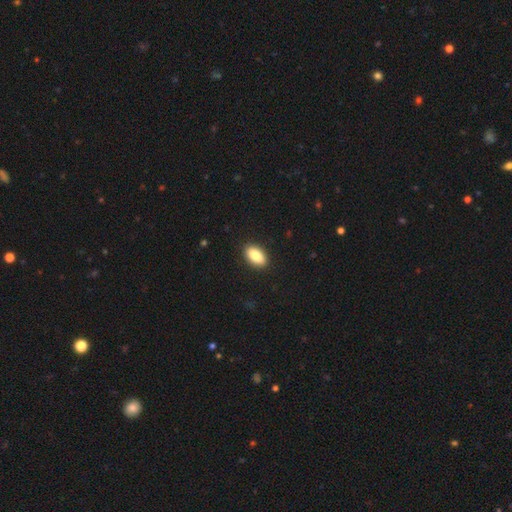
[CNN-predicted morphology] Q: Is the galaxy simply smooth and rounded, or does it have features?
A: smooth — 88%.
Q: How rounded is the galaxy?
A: in between — 93%.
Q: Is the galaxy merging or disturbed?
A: none — 90%.